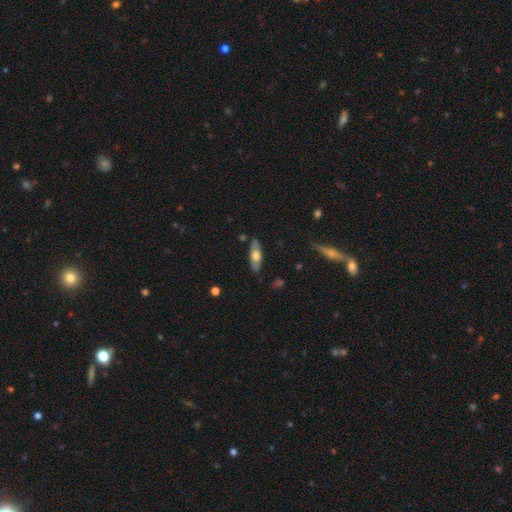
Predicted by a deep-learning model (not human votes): Morphology: type=smooth (56%); roundness=in between (57%); merging=none (84%).